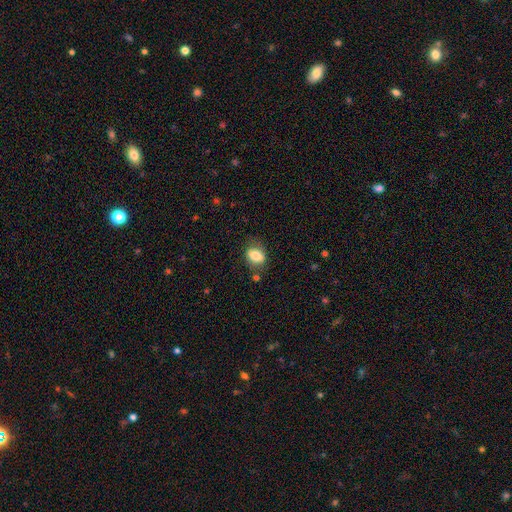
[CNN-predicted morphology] Smooth or featured: smooth — 81% (featured or disk — 11%)
How rounded: in between — 73% (round — 26%)
Merging: none — 68% (minor disturbance — 21%)